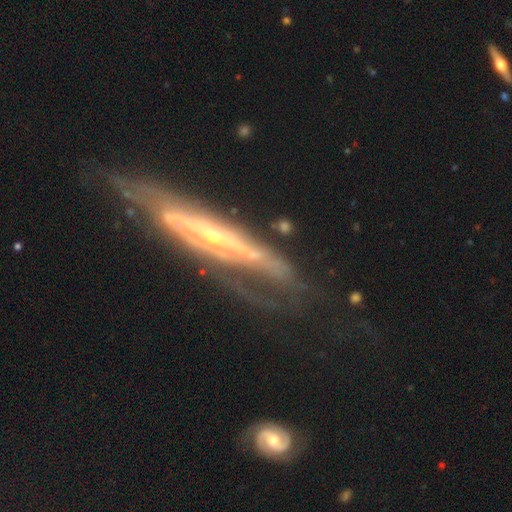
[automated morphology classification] This is clearly a featured or disk galaxy (82%). It is possibly not viewed edge-on (51%). Merging: possibly none (57%).